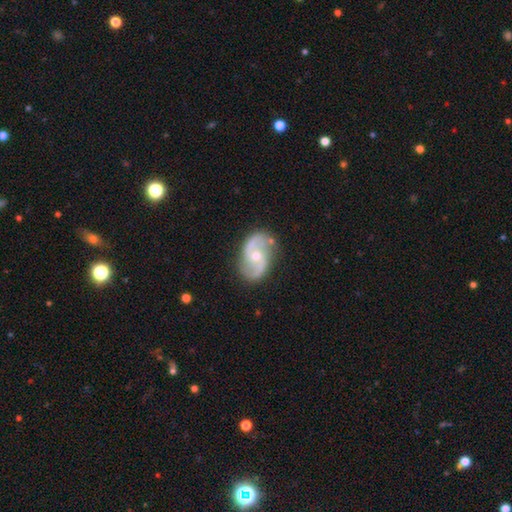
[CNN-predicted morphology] Smooth or featured?
  - featured or disk: 86% *
  - smooth: 9%
  - star or artifact: 5%
Edge-on disk?
  - no: 97% *
  - yes: 3%
Bar?
  - no: 57% *
  - weak: 34%
  - strong: 8%
Spiral arms?
  - yes: 95% *
  - no: 5%
Spiral winding?
  - medium: 48% *
  - loose: 36%
  - tight: 16%
Spiral arm count?
  - 2: 92% *
  - can't tell: 3%
  - 1: 1%
  - 3: 1%
  - 4: 1%
  - more than 4: 1%
Bulge size?
  - moderate: 61% *
  - small: 35%
  - large: 2%
  - none: 1%
  - dominant: 1%
Merging?
  - none: 81% *
  - minor disturbance: 13%
  - major disturbance: 4%
  - merger: 2%